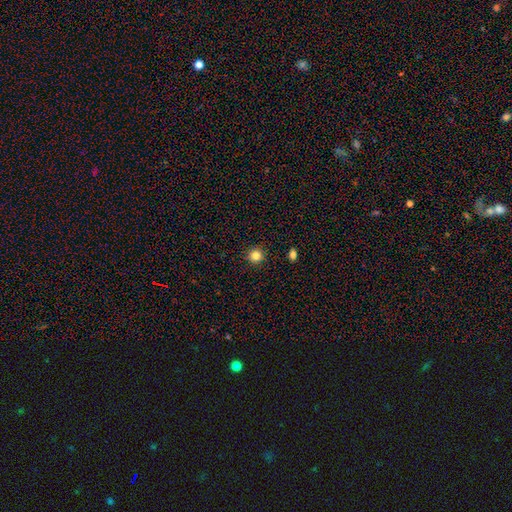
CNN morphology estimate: Q: Smooth or featured?
A: smooth (84%); runner-up: star or artifact (12%)
Q: How rounded?
A: round (95%); runner-up: in between (4%)
Q: Merging?
A: none (93%); runner-up: minor disturbance (4%)